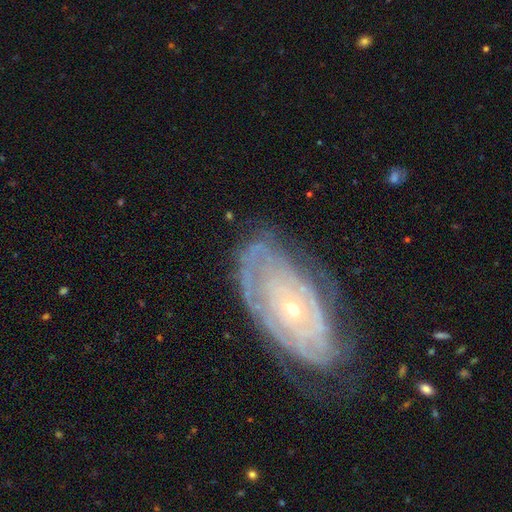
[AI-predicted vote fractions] This appears to be a featured or disk galaxy (77%) with no bar (83%), tight (74%) spiral arms (77%) and a small central bulge (68%). Merging: none (62%).